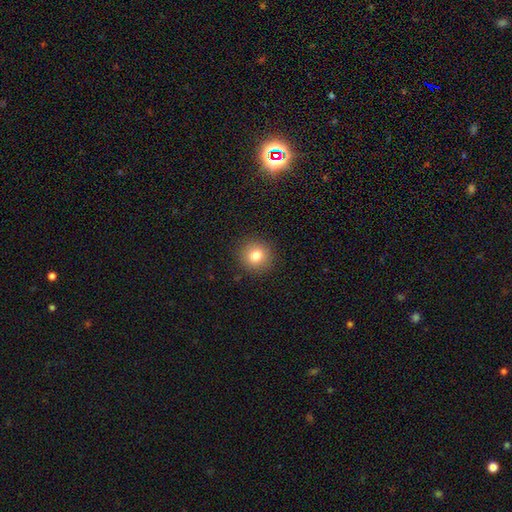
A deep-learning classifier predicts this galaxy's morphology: Smooth or featured? Predicted: smooth (p=0.80). How rounded? Predicted: round (p=0.91). Merging? Predicted: none (p=0.90).